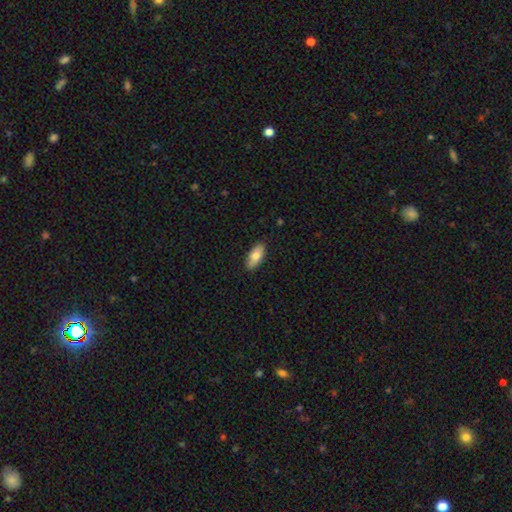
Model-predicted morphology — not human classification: The model was most divided on "smooth or featured": smooth: 76%, featured or disk: 18%, star or artifact: 6%. More confident: merging — none (88%); how rounded — in between (87%).